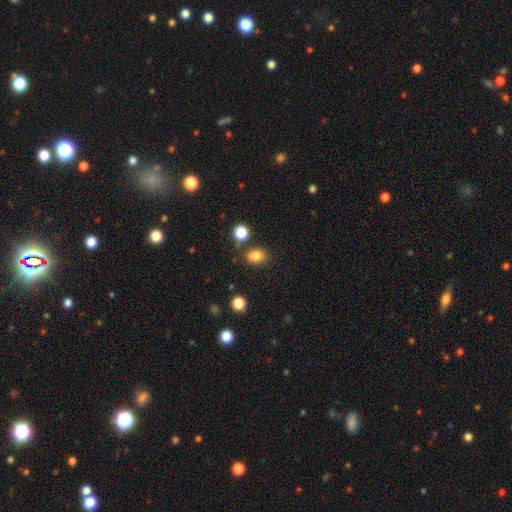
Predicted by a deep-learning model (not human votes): smooth_or_featured: smooth (p=0.82) [alt: star or artifact p=0.13]
how_rounded: in between (p=0.61) [alt: round p=0.37]
merging: none (p=0.69) [alt: minor disturbance p=0.14]